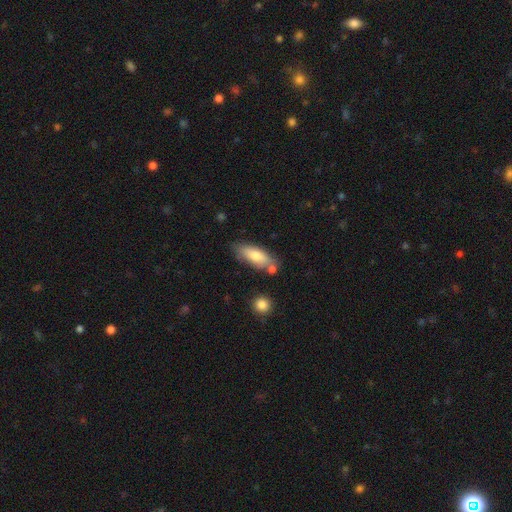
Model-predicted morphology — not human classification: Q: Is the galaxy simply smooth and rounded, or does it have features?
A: smooth — 74%.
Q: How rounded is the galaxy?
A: in between — 71%.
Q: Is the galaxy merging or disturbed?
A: none — 67%.